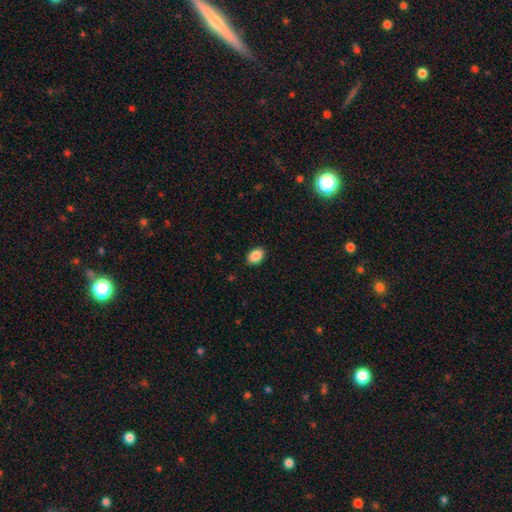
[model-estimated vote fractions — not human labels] The model was most divided on "how rounded": in between: 82%, round: 17%, cigar-shaped: 1%. More confident: merging — none (89%); smooth or featured — smooth (88%).